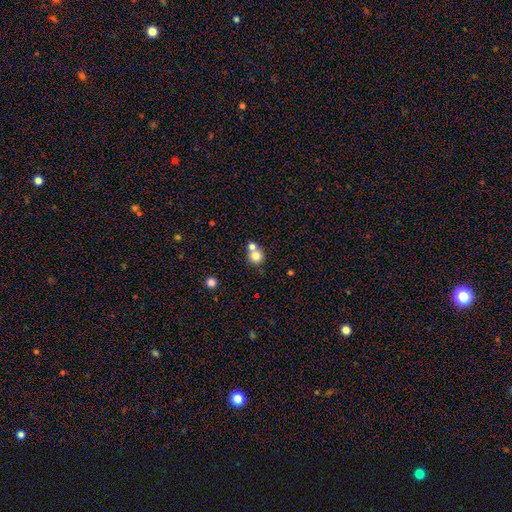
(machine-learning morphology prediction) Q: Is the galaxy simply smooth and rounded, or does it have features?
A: smooth — 77%.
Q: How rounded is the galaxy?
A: round — 85%.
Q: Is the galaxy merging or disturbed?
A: merger — 48%.